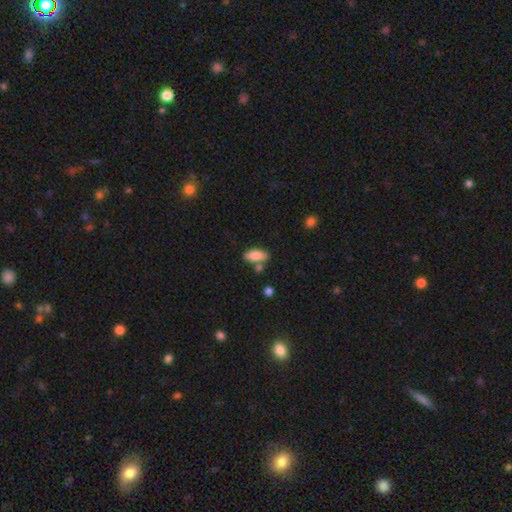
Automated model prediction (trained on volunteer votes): smooth-or-featured: smooth: 84% | featured or disk: 9% | star or artifact: 7%
  how-rounded: in between: 87% | cigar-shaped: 10% | round: 3%
  merging: none: 66% | minor disturbance: 15% | merger: 15% | major disturbance: 4%